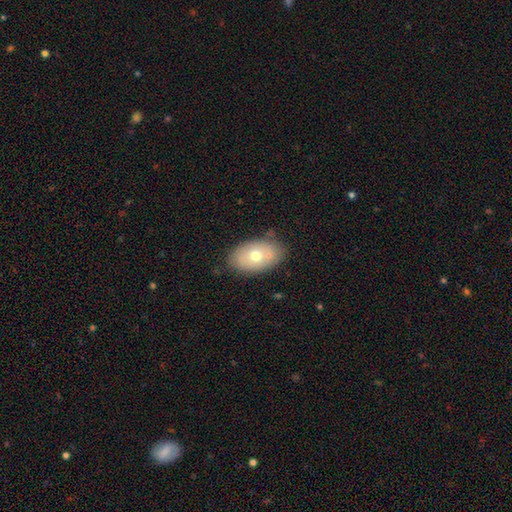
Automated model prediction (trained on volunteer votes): A smooth galaxy with no disk features (61%) that is in between round and cigar-shaped (90%). Merging: none (75%).